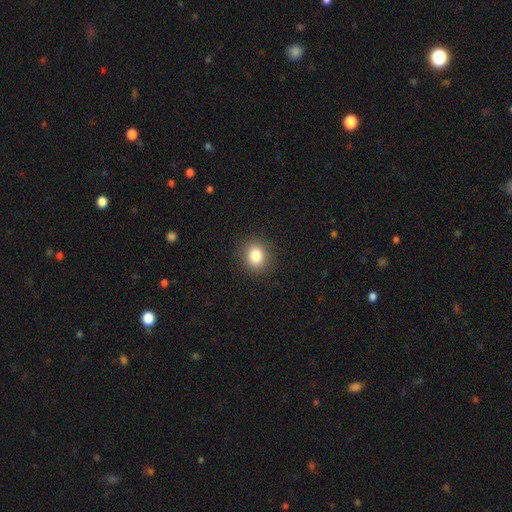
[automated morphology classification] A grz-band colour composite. It shows a smooth galaxy with no disk features (83%) that is round (69%). Merging: none (90%).